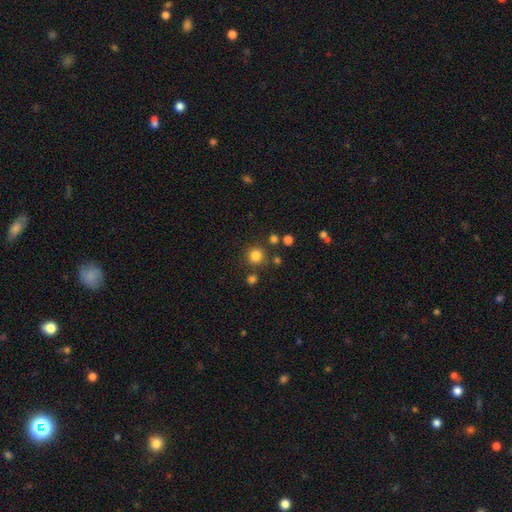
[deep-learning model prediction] smooth 80%, star or artifact 14%, featured or disk 5%. Down the decision tree: how rounded — round (94%); merging — none (82%).